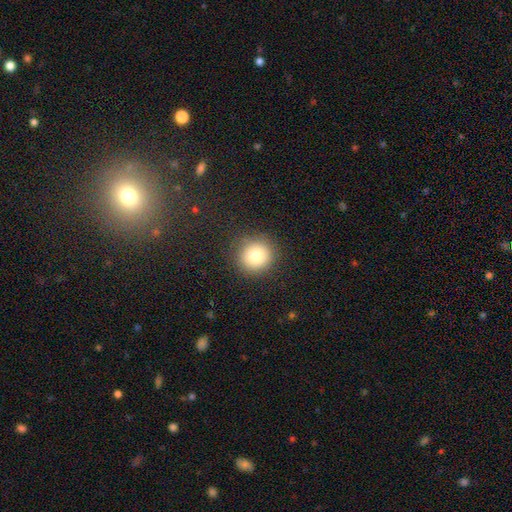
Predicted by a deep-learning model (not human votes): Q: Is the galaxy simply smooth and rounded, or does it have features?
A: smooth — 80%.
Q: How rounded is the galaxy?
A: round — 92%.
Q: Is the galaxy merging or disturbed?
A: none — 89%.